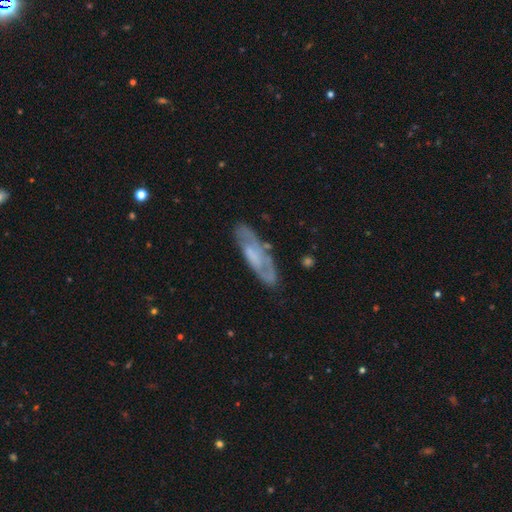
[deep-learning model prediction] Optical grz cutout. It shows a featured or disk galaxy (61%). Merging: none (73%).